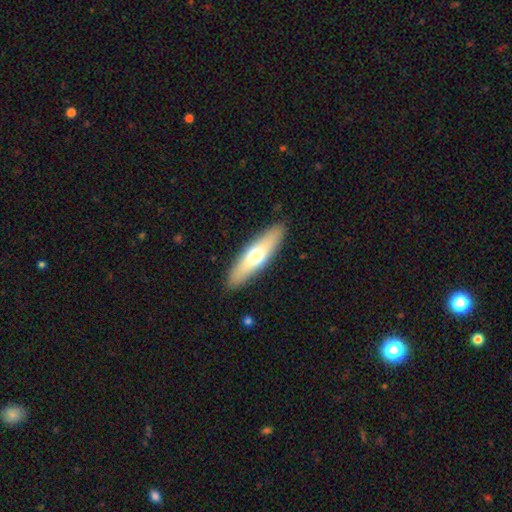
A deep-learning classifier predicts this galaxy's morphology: Smooth or featured: smooth — 56% (featured or disk — 38%)
How rounded: cigar-shaped — 64% (in between — 34%)
Merging: none — 90% (minor disturbance — 7%)